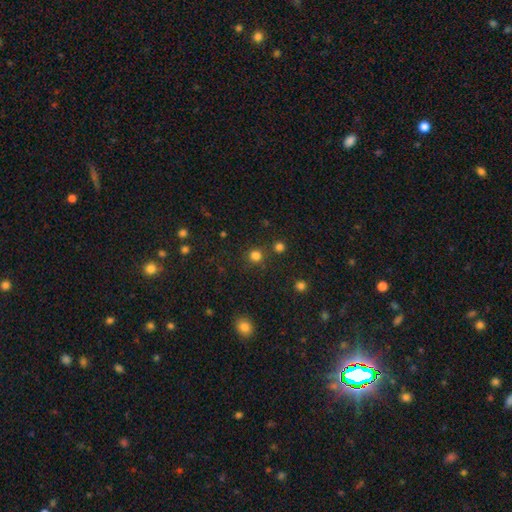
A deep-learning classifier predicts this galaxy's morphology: The model was most divided on "smooth or featured": smooth: 78%, star or artifact: 17%, featured or disk: 4%. More confident: how rounded — round (89%); merging — none (79%).